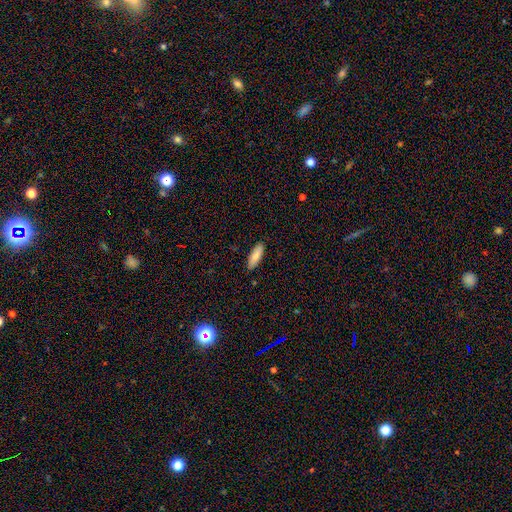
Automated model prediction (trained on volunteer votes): Smooth or featured?
  - smooth: 85% *
  - featured or disk: 9%
  - star or artifact: 6%
How rounded?
  - in between: 58% *
  - cigar-shaped: 41%
  - round: 2%
Merging?
  - none: 89% *
  - minor disturbance: 9%
  - major disturbance: 2%
  - merger: 1%